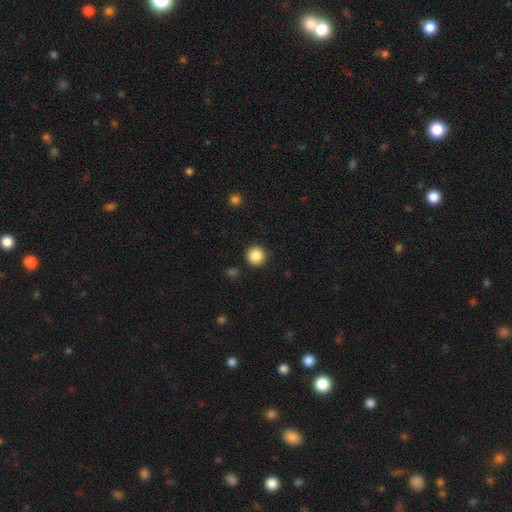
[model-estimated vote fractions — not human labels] Smooth or featured: smooth — 87% (star or artifact — 10%)
How rounded: round — 95% (in between — 4%)
Merging: none — 91% (minor disturbance — 5%)